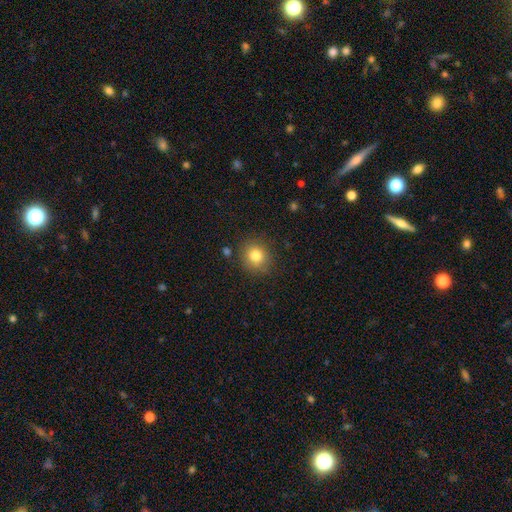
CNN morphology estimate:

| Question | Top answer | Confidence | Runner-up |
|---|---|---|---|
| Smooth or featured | smooth | 81% | star or artifact (11%) |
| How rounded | round | 86% | in between (13%) |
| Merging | none | 84% | minor disturbance (10%) |